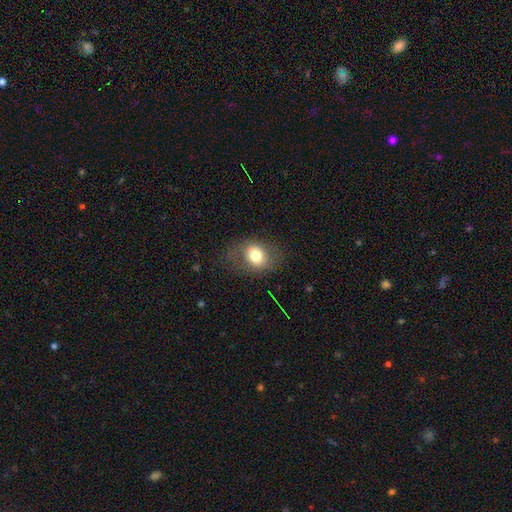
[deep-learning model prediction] A smooth galaxy with no disk features (73%) that is in between round and cigar-shaped (51%). Merging: none (67%).